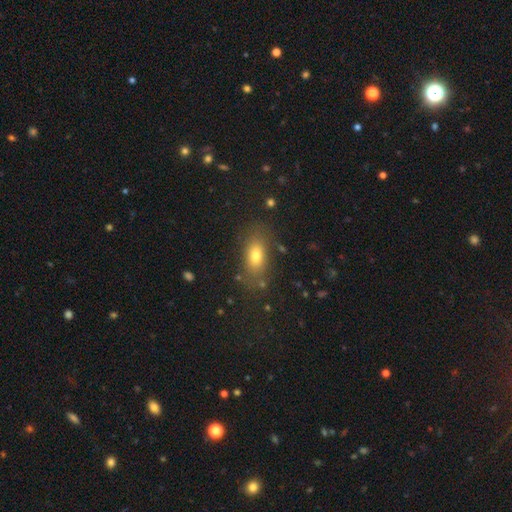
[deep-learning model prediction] smooth_or_featured: smooth (p=0.74) [alt: star or artifact p=0.13]
how_rounded: in between (p=0.82) [alt: cigar-shaped p=0.10]
merging: none (p=0.79) [alt: minor disturbance p=0.13]